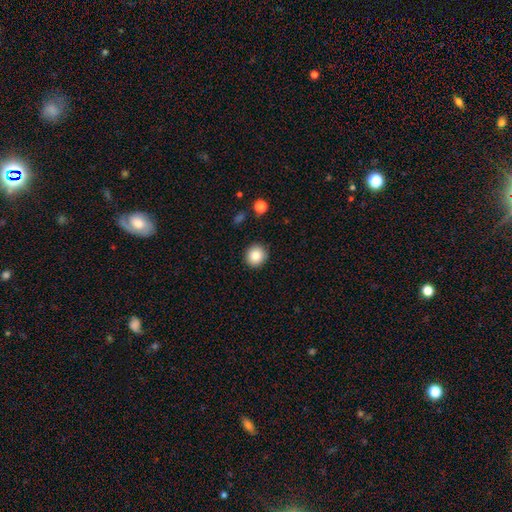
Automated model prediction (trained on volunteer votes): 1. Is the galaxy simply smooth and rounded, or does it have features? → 85% smooth, 9% star or artifact, 6% featured or disk.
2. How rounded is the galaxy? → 92% round, 7% in between, 1% cigar-shaped.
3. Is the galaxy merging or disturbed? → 91% none, 6% minor disturbance, 2% major disturbance, 1% merger.